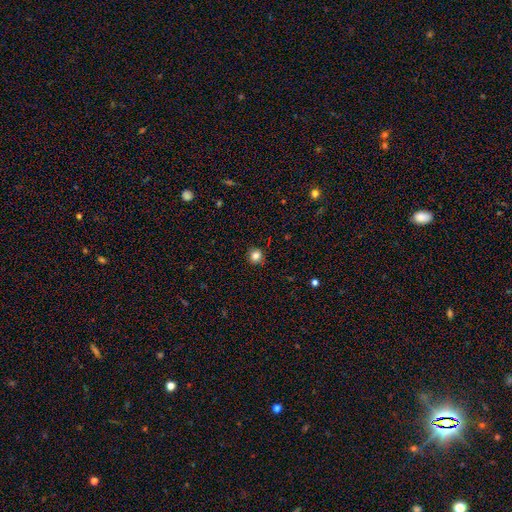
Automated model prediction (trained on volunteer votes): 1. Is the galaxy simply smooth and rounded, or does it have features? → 83% smooth, 12% star or artifact, 5% featured or disk.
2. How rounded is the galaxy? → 92% round, 7% in between, 1% cigar-shaped.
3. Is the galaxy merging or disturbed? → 89% none, 8% minor disturbance, 2% major disturbance, 1% merger.